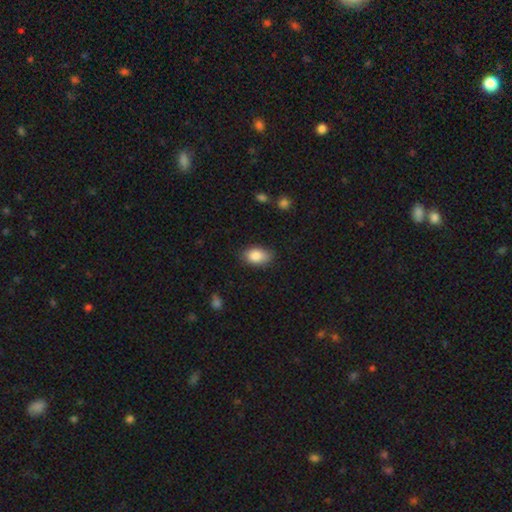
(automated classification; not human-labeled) Q: Smooth or featured?
A: smooth (86%); runner-up: star or artifact (8%)
Q: How rounded?
A: in between (88%); runner-up: round (11%)
Q: Merging?
A: none (76%); runner-up: minor disturbance (19%)